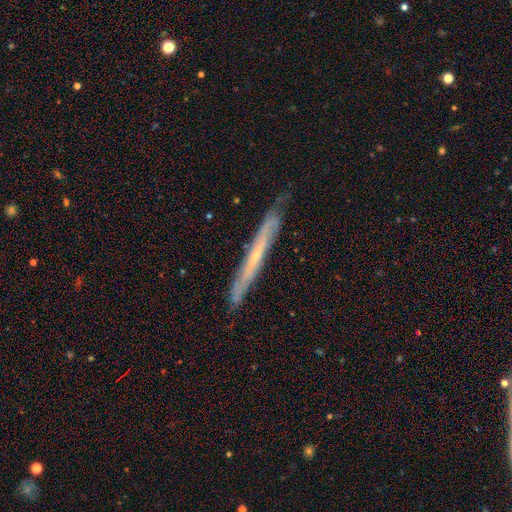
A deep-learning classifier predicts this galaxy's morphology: The model was most divided on "edge-on bulge": none: 59%, rounded: 37%, boxy: 4%. More confident: edge-on disk — yes (88%); merging — none (79%); smooth or featured — featured or disk (67%).